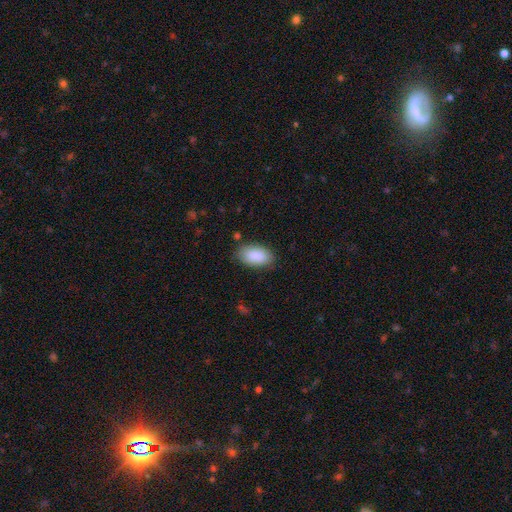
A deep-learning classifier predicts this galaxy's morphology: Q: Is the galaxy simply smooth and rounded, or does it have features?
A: smooth — 90%.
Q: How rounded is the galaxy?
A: in between — 95%.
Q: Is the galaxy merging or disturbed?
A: none — 82%.